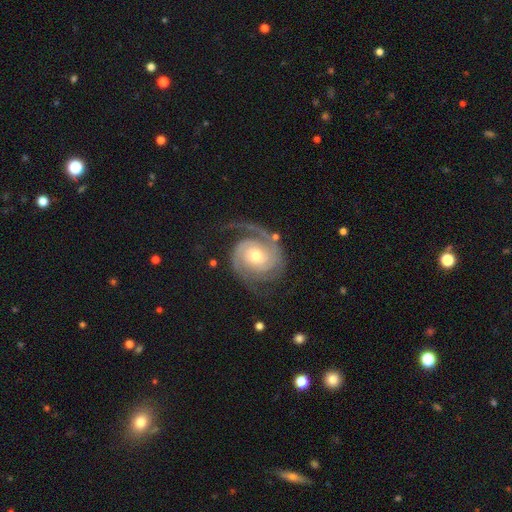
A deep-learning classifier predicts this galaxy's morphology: type=featured or disk (92%); edge-on=no (98%); bar=no (72%); spiral arms=yes (98%); winding=tight (57%); arm count=2 (81%); bulge=moderate (61%); merging=none (71%).